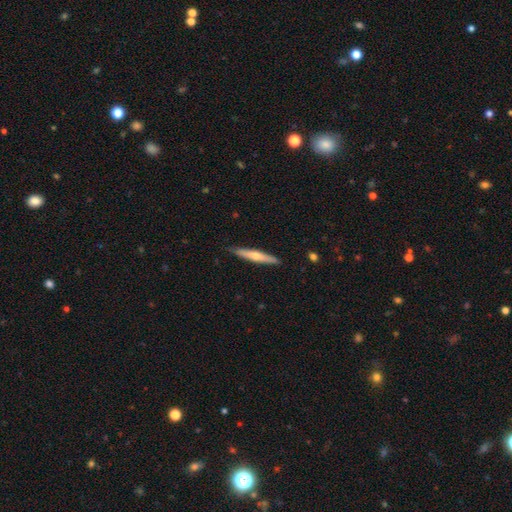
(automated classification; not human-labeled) A featured or disk galaxy (48%).

Vote fractions:
- Smooth or featured? featured or disk: 48% / smooth: 47% / star or artifact: 5%
- Merging? none: 88% / minor disturbance: 9% / major disturbance: 1% / merger: 1%